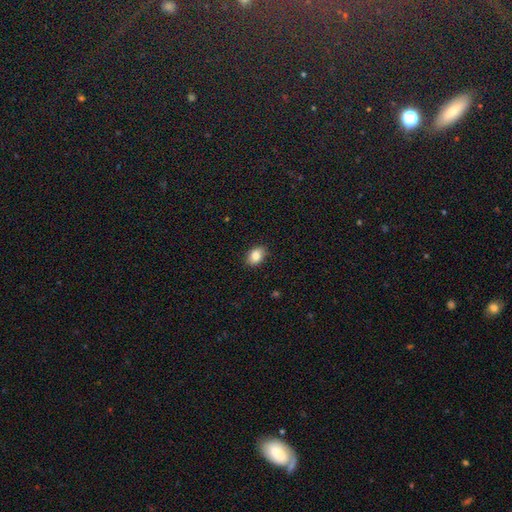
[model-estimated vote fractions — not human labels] Overall: smooth (86%). How rounded: in between (79%). Merging: none (87%).